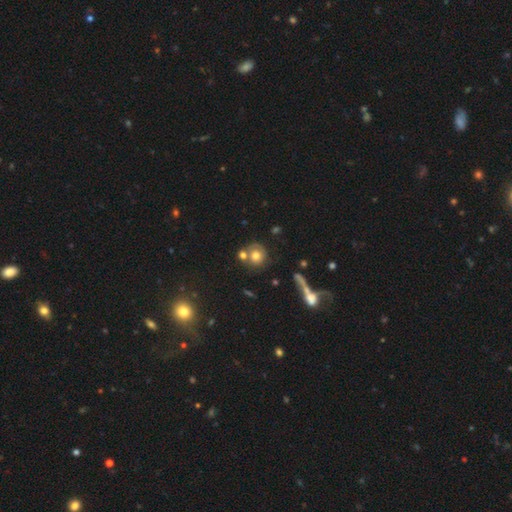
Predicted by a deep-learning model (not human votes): smooth-or-featured: smooth: 68% | featured or disk: 20% | star or artifact: 12%
  how-rounded: round: 88% | in between: 10% | cigar-shaped: 2%
  merging: none: 56% | merger: 27% | minor disturbance: 11% | major disturbance: 5%